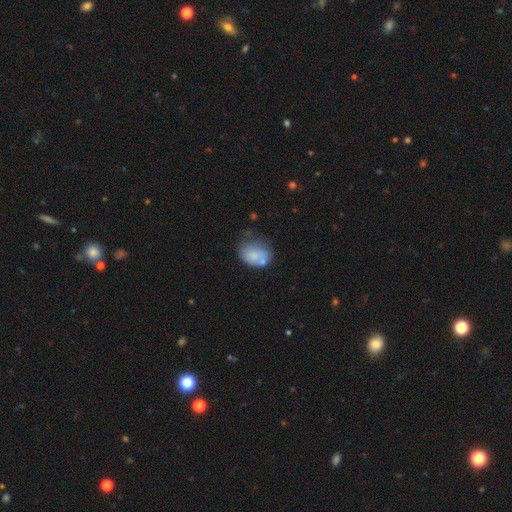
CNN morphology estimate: A smooth galaxy with no disk features (69%) that is in between round and cigar-shaped (66%). Merging: none (41%).